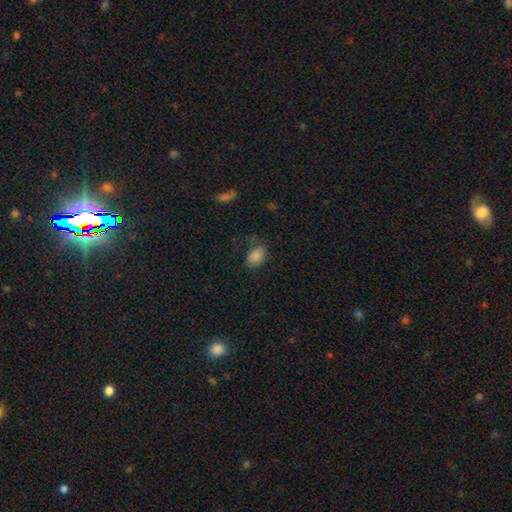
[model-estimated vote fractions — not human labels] smooth 83%, star or artifact 11%, featured or disk 7%. Down the decision tree: how rounded — in between (83%); merging — none (62%).